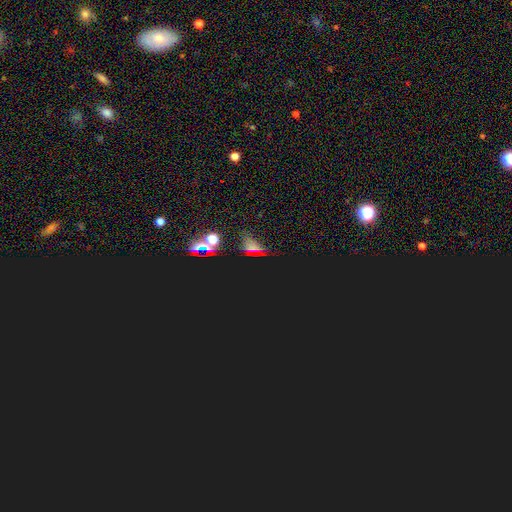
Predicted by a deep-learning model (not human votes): This is likely a star or artifact rather than a galaxy (70%).